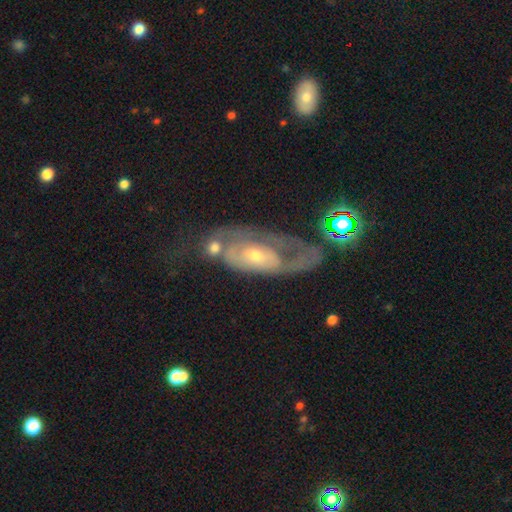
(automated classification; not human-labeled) smooth-or-featured: featured or disk: 68% | smooth: 24% | star or artifact: 8%
  disk-edge-on: no: 90% | yes: 10%
    bar: no: 77% | weak: 18% | strong: 5%
    has-spiral-arms: yes: 61% | no: 39%
    bulge-size: small: 47% | moderate: 46% | large: 4% | none: 2% | dominant: 1%
  merging: major disturbance: 36% | none: 26% | merger: 21% | minor disturbance: 17%